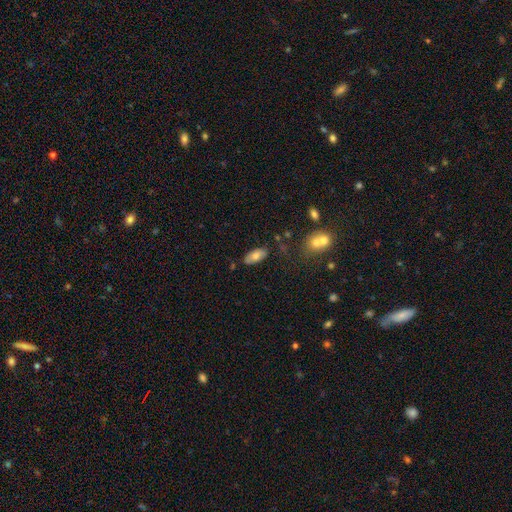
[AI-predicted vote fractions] The model was most divided on "smooth or featured": smooth: 71%, featured or disk: 21%, star or artifact: 8%. More confident: how rounded — in between (90%); merging — none (78%).